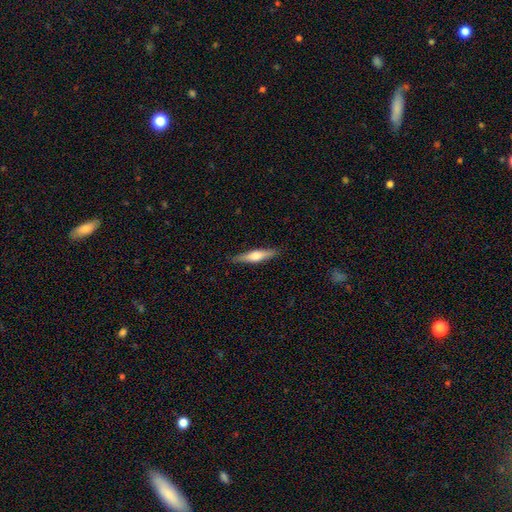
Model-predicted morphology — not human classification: This appears to be a featured or disk galaxy (50%). Merging: none (88%).